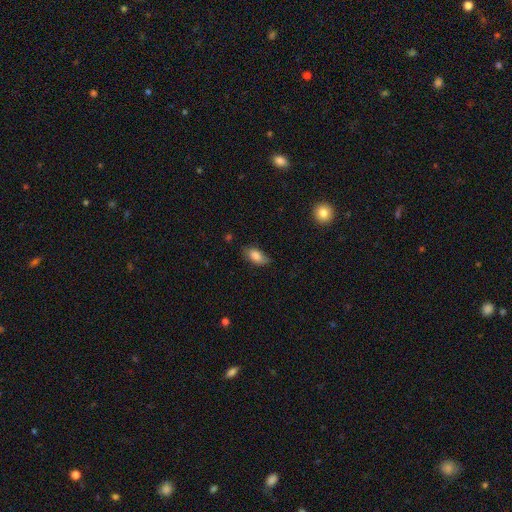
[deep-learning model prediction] Smooth or featured? smooth (84%)
How rounded? in between (91%)
Merging? none (72%)